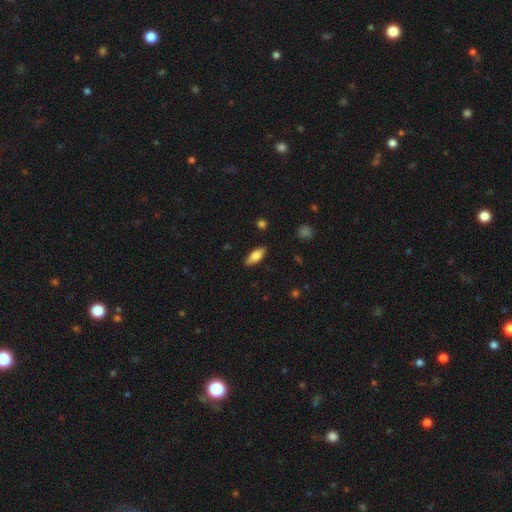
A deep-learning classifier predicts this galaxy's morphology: type=smooth (77%); roundness=in between (78%); merging=none (87%).